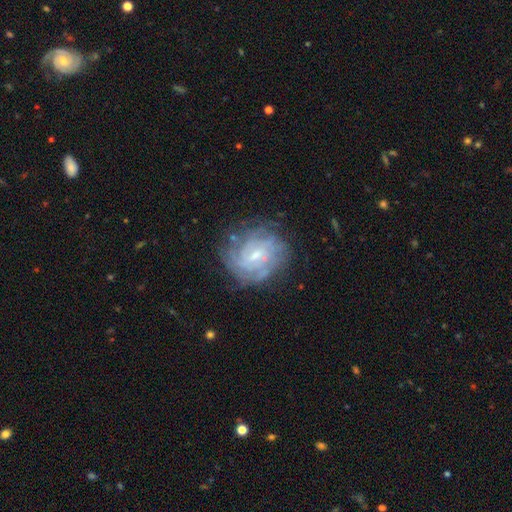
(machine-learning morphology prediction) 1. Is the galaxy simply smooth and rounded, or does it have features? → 79% featured or disk, 13% smooth, 8% star or artifact.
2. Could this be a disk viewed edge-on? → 97% no, 3% yes.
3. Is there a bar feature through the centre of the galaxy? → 57% weak, 29% no, 14% strong.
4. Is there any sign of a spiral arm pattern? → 90% yes, 10% no.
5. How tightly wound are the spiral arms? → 68% tight, 25% medium, 7% loose.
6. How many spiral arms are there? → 48% can't tell, 15% 4, 13% 3, 12% 2, 7% more than 4, 5% 1.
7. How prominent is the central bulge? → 57% small, 31% moderate, 9% none, 2% large, 1% dominant.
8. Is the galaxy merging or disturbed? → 72% none, 18% minor disturbance, 9% major disturbance, 2% merger.